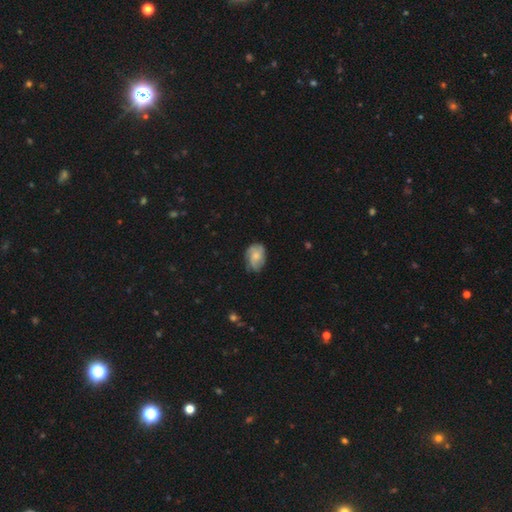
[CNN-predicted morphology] type=smooth (50%); roundness=in between (78%); merging=none (65%).